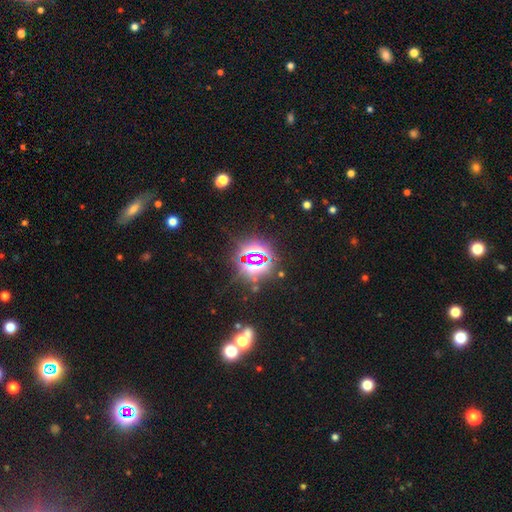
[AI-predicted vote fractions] A star or artifact, not a galaxy (77%).

Vote fractions:
- Smooth or featured? star or artifact: 77% / smooth: 13% / featured or disk: 10%